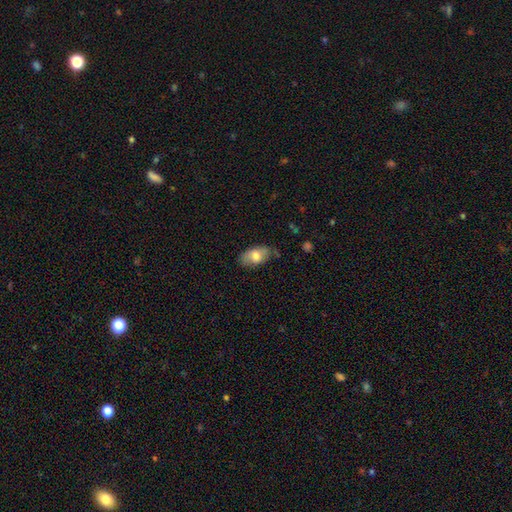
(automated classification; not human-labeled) This is likely a smooth galaxy (72%). How rounded: clearly in between (93%). Merging: likely none (72%).